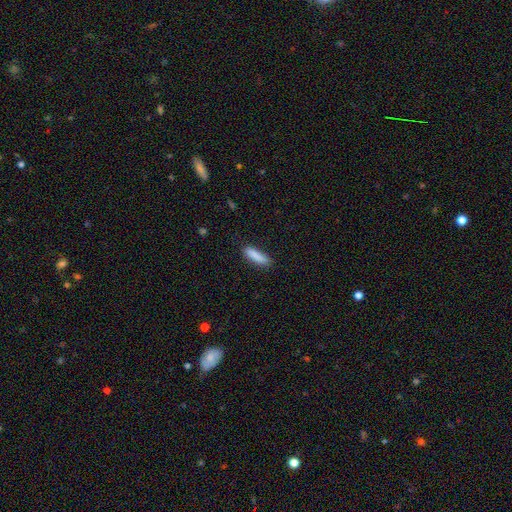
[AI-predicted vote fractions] Smooth or featured: smooth — 86% (featured or disk — 7%)
How rounded: cigar-shaped — 72% (in between — 26%)
Merging: none — 82% (minor disturbance — 14%)